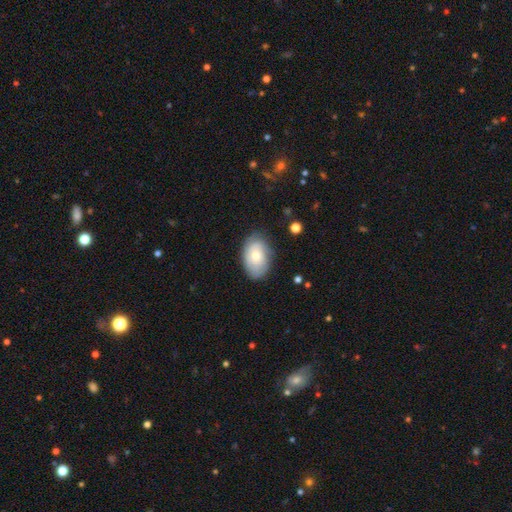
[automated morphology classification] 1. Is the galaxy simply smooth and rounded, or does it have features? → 55% smooth, 38% featured or disk, 7% star or artifact.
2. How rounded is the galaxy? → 88% in between, 11% round, 1% cigar-shaped.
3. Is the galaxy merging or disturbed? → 76% none, 18% minor disturbance, 5% major disturbance, 1% merger.